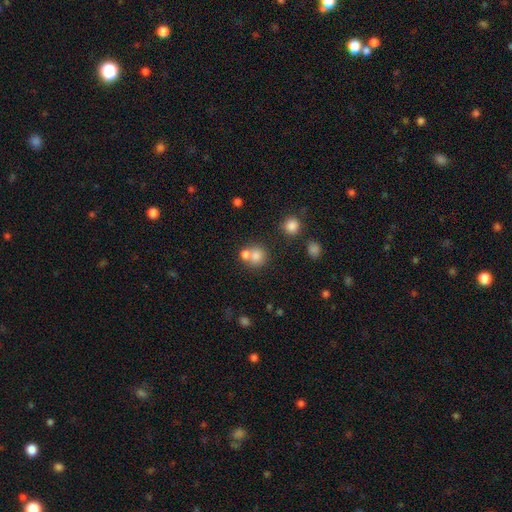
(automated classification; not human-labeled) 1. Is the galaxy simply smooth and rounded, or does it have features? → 76% smooth, 13% star or artifact, 11% featured or disk.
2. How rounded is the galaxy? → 85% round, 14% in between, 1% cigar-shaped.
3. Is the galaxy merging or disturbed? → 46% none, 43% merger, 7% minor disturbance, 3% major disturbance.